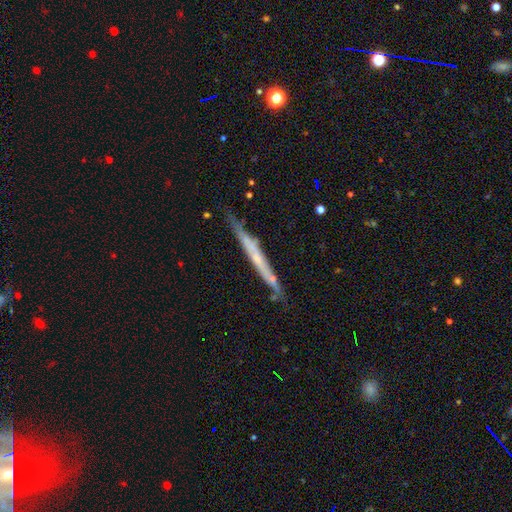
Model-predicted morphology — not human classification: Smooth or featured?
  - featured or disk: 64% *
  - smooth: 29%
  - star or artifact: 7%
Edge-on disk?
  - yes: 93% *
  - no: 7%
Edge-on bulge?
  - none: 76% *
  - rounded: 18%
  - boxy: 6%
Merging?
  - none: 76% *
  - minor disturbance: 18%
  - major disturbance: 3%
  - merger: 3%